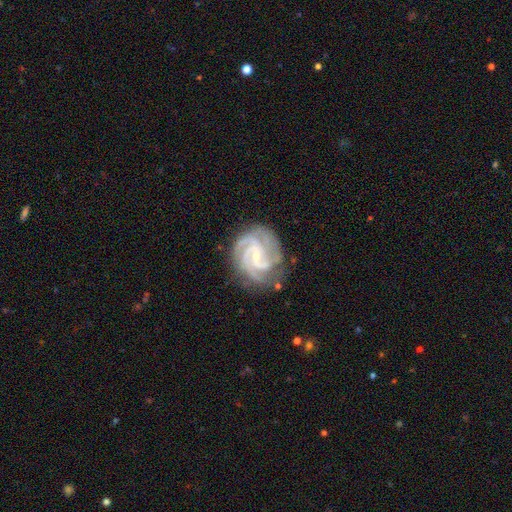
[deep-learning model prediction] A featured or disk galaxy (92%) with no bar (46%), 3 (44%) tight (63%) spiral arms (99%) and a small central bulge (78%). Merging: none (77%).